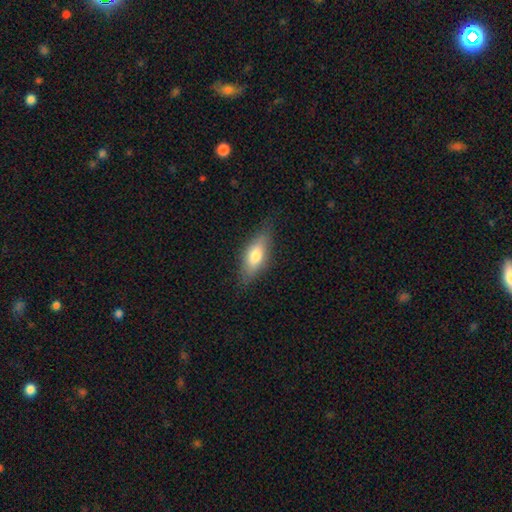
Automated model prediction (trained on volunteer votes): Morphology: type=smooth (72%); roundness=in between (70%); merging=none (78%).